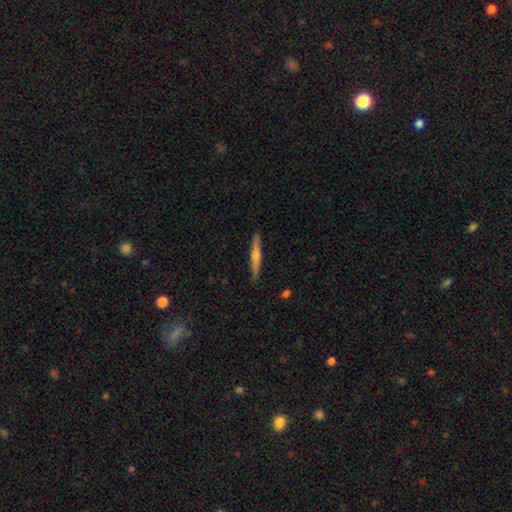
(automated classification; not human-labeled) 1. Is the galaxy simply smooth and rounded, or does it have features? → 55% featured or disk, 38% smooth, 6% star or artifact.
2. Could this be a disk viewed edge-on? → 97% yes, 3% no.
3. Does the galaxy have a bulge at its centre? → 70% rounded, 24% none, 6% boxy.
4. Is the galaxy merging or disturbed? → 90% none, 7% minor disturbance, 1% major disturbance, 1% merger.